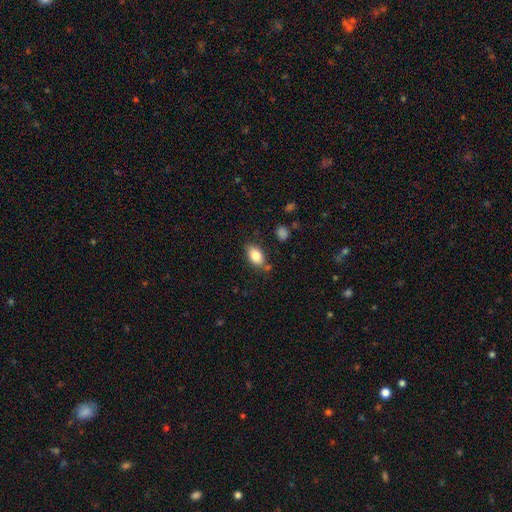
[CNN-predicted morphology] smooth-or-featured: smooth: 84% | featured or disk: 9% | star or artifact: 8%
  how-rounded: in between: 89% | round: 8% | cigar-shaped: 3%
  merging: none: 76% | minor disturbance: 15% | merger: 5% | major disturbance: 4%